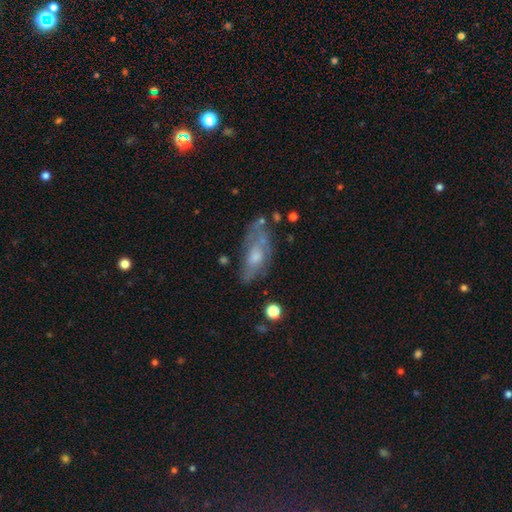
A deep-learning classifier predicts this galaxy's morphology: The model was most divided on "smooth or featured": featured or disk: 55%, smooth: 35%, star or artifact: 10%. More confident: edge-on disk — no (82%); merging — none (52%).